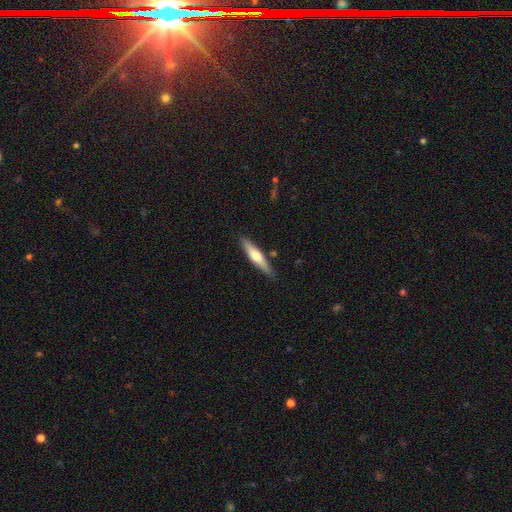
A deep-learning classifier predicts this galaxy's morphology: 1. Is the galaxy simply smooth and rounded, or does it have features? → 50% smooth, 45% featured or disk, 5% star or artifact.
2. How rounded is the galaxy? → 85% cigar-shaped, 14% in between, 1% round.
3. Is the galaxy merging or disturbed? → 86% none, 10% minor disturbance, 2% merger, 2% major disturbance.